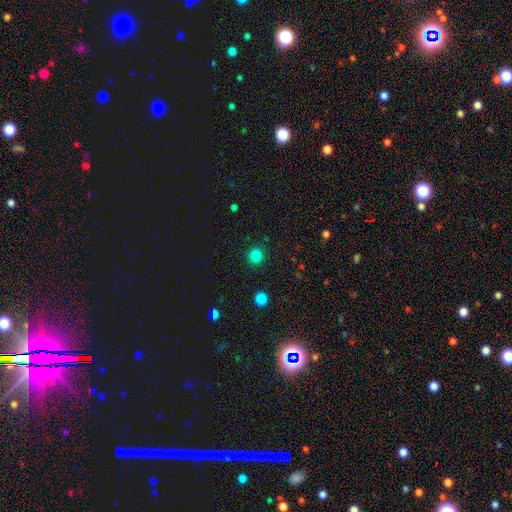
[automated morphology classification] This appears to be a smooth galaxy with no disk features (83%) that is round (89%). Merging: none (91%).